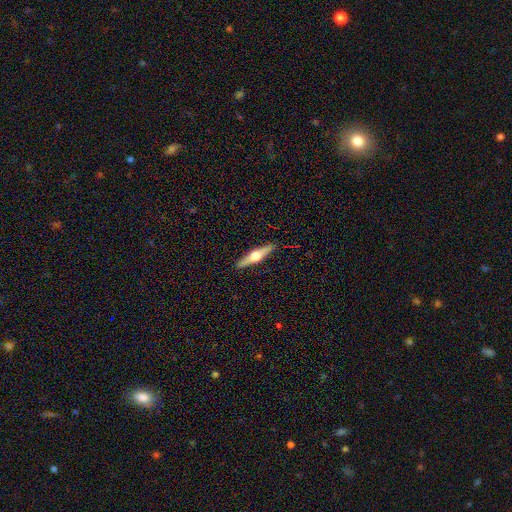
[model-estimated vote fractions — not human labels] This is likely a featured or disk galaxy (68%). It is clearly viewed edge-on (97%). Edge-on bulge: clearly rounded (96%). Merging: clearly none (91%).